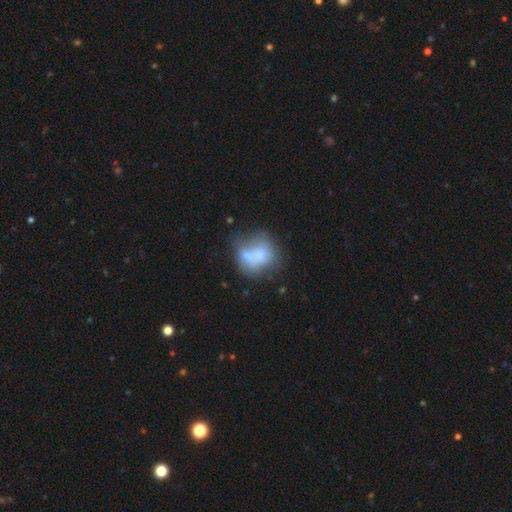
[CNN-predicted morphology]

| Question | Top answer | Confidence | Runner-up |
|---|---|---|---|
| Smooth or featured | smooth | 61% | featured or disk (29%) |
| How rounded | round | 56% | in between (42%) |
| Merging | merger | 39% | none (27%) |